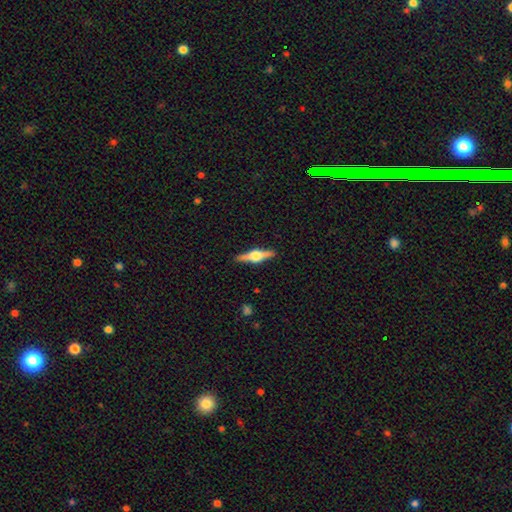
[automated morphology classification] This is likely a featured or disk galaxy (75%). It is clearly viewed edge-on (98%). Edge-on bulge: clearly rounded (95%). Merging: clearly none (91%).